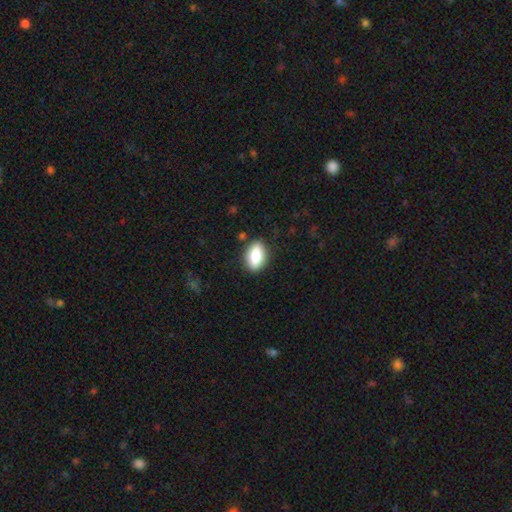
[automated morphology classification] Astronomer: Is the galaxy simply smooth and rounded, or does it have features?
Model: smooth — 82%.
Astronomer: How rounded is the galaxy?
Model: in between — 87%.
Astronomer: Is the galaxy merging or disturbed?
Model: none — 86%.